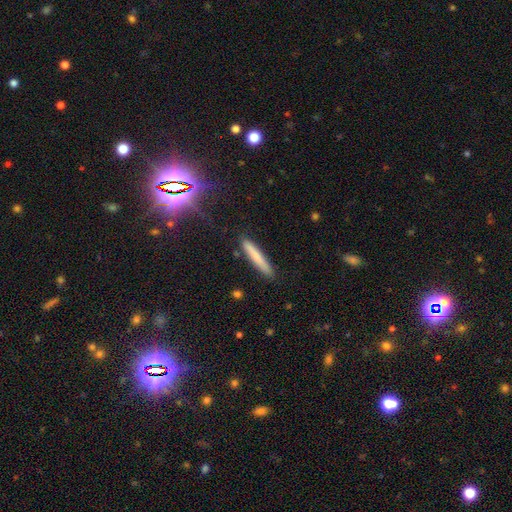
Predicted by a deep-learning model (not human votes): Smooth or featured: smooth — 75% (featured or disk — 17%)
How rounded: cigar-shaped — 94% (in between — 5%)
Merging: none — 89% (minor disturbance — 8%)